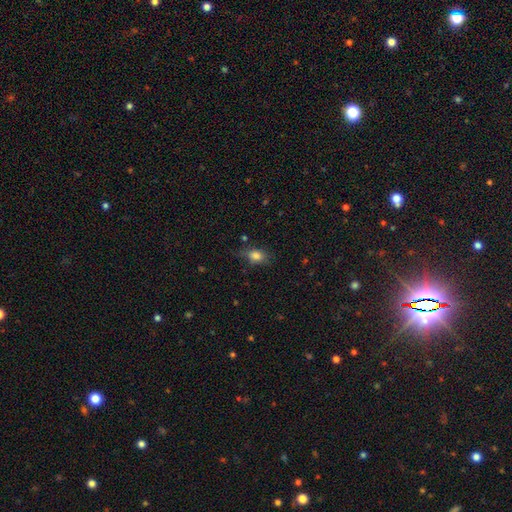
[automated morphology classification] This appears to be a smooth galaxy with no disk features (80%) that is in between round and cigar-shaped (74%). Merging: none (61%).